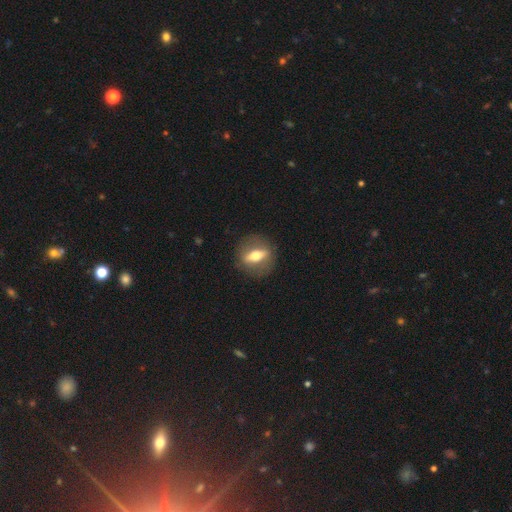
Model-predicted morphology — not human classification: Q: Smooth or featured?
A: featured or disk (51%); runner-up: smooth (41%)
Q: Edge-on disk?
A: no (52%); runner-up: yes (48%)
Q: Merging?
A: none (85%); runner-up: minor disturbance (9%)